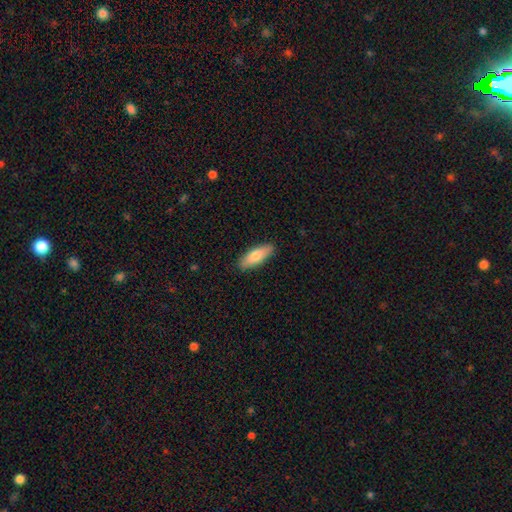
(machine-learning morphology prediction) smooth-or-featured: smooth: 78% | featured or disk: 16% | star or artifact: 6%
  how-rounded: in between: 65% | cigar-shaped: 33% | round: 2%
  merging: none: 88% | minor disturbance: 9% | major disturbance: 2% | merger: 1%